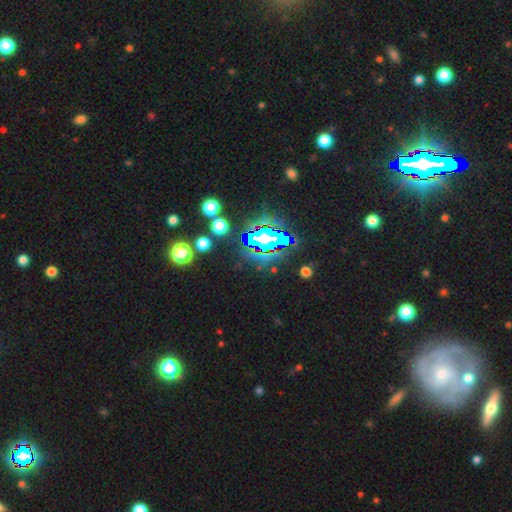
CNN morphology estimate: Q: Smooth or featured?
A: star or artifact (72%); runner-up: featured or disk (16%)